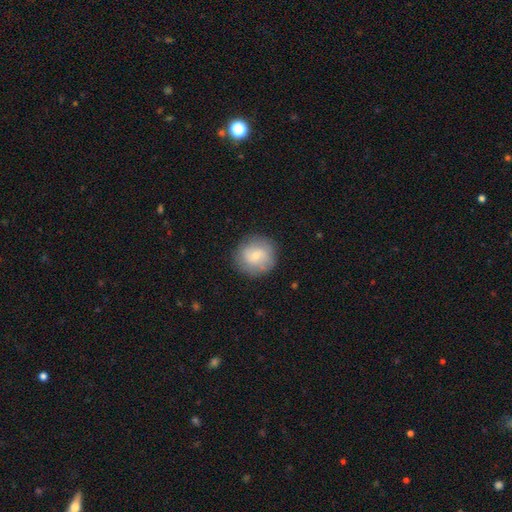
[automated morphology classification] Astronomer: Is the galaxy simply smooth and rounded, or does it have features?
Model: smooth — 63%.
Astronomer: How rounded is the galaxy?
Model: round — 90%.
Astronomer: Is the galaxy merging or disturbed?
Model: none — 84%.